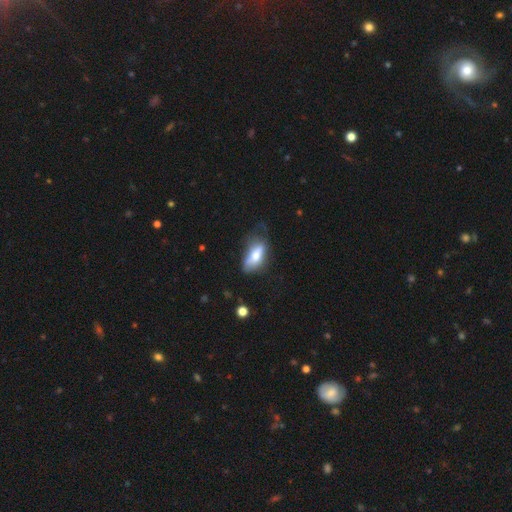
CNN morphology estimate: This appears to be a smooth galaxy with no disk features (65%) that is in between round and cigar-shaped (86%). Merging: none (38%).